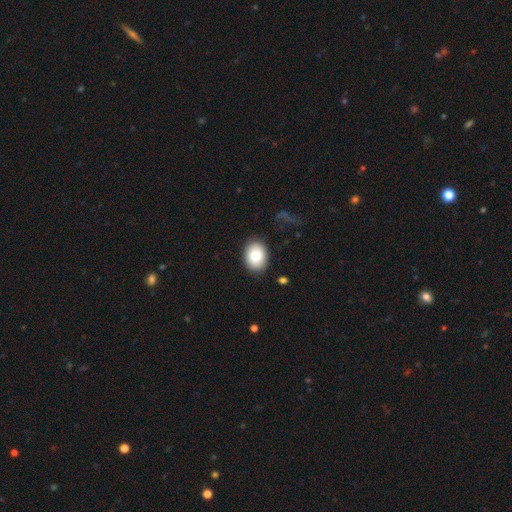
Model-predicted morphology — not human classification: Smooth or featured? smooth (83%)
How rounded? in between (67%)
Merging? none (86%)